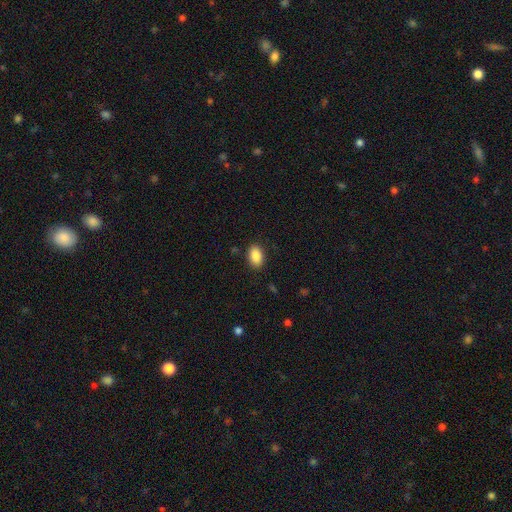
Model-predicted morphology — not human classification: smooth 89%, star or artifact 7%, featured or disk 4%. Down the decision tree: how rounded — in between (88%); merging — none (87%).